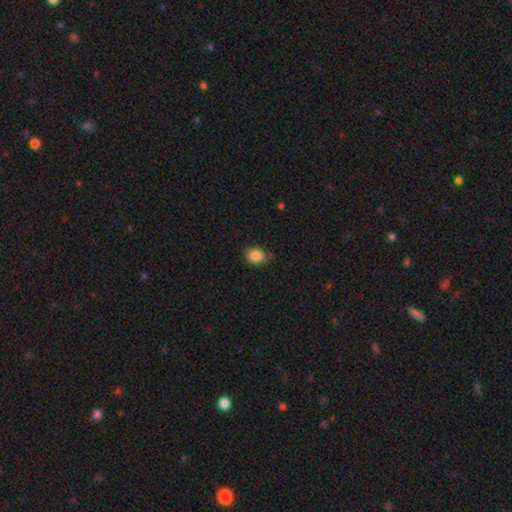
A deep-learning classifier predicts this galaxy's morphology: A smooth galaxy with no disk features (87%) that is round (52%). Merging: none (80%).